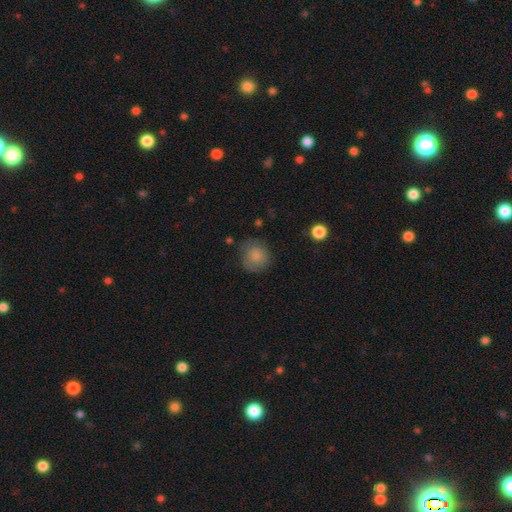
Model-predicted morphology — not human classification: Q: Smooth or featured?
A: smooth (81%); runner-up: featured or disk (11%)
Q: How rounded?
A: round (85%); runner-up: in between (14%)
Q: Merging?
A: none (70%); runner-up: minor disturbance (21%)